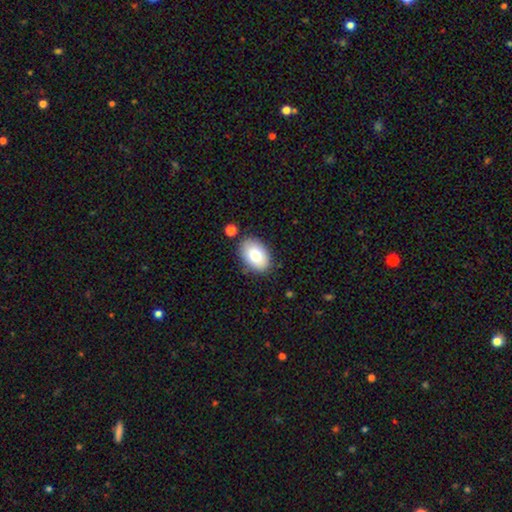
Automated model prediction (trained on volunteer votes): Morphology: type=smooth (77%); roundness=in between (87%); merging=none (83%).